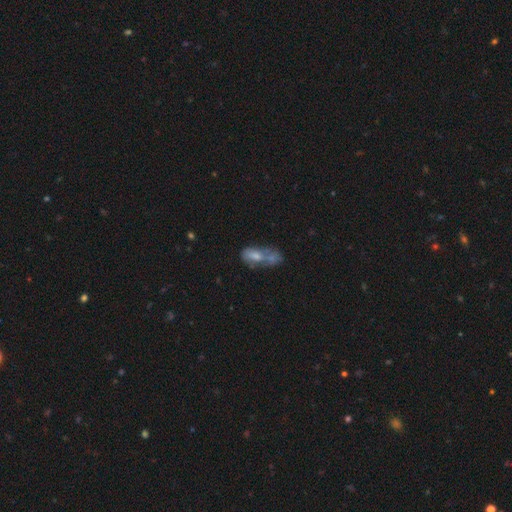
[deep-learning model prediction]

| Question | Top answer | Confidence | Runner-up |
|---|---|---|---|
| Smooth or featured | smooth | 61% | featured or disk (29%) |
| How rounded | in between | 78% | cigar-shaped (17%) |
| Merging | merger | 50% | none (21%) |